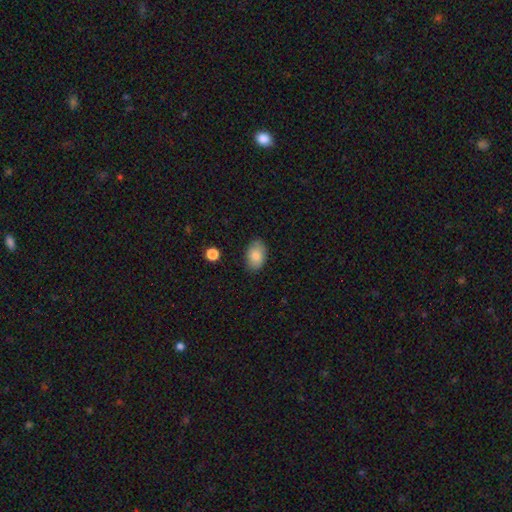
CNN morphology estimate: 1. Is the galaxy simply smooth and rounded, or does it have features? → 84% smooth, 9% featured or disk, 7% star or artifact.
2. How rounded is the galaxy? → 87% in between, 11% round, 1% cigar-shaped.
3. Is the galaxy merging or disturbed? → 83% none, 13% minor disturbance, 3% major disturbance, 1% merger.